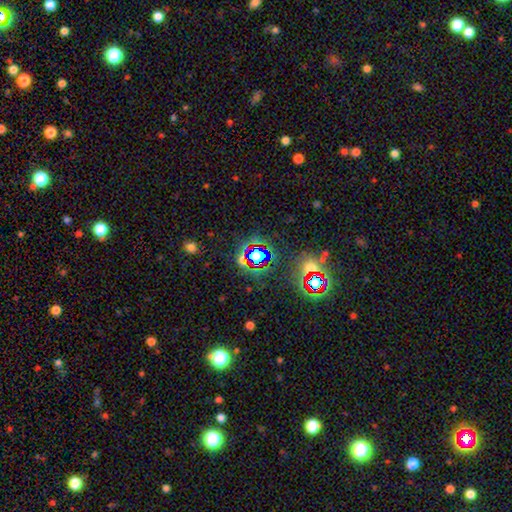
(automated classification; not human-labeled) Smooth or featured?
  - star or artifact: 66% *
  - smooth: 23%
  - featured or disk: 11%